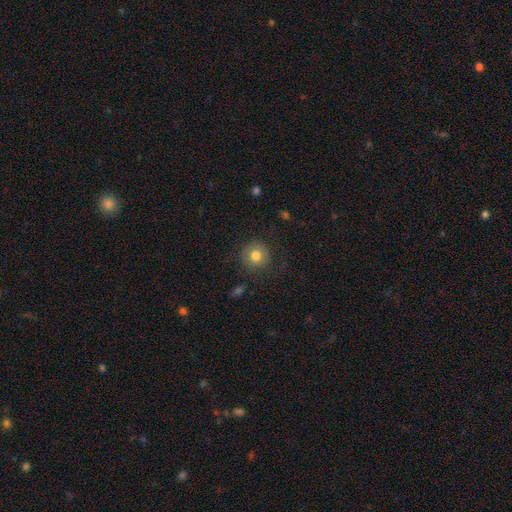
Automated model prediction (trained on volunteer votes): The model was most divided on "smooth or featured": smooth: 79%, featured or disk: 12%, star or artifact: 9%. More confident: how rounded — round (92%); merging — none (80%).